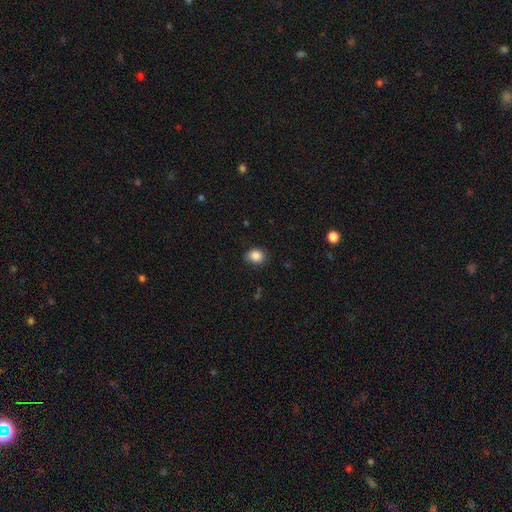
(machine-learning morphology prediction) Smooth or featured? smooth (87%)
How rounded? round (58%)
Merging? none (82%)